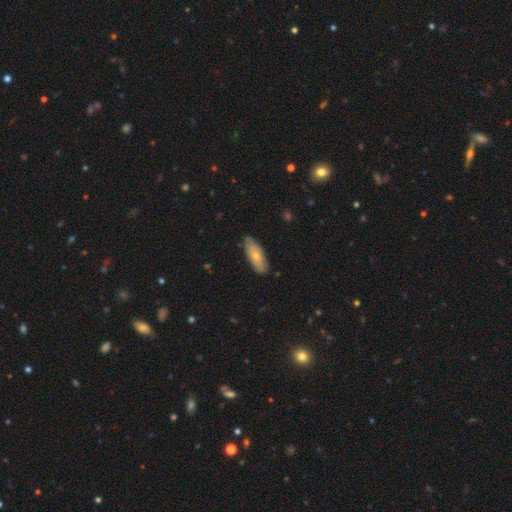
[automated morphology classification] Smooth or featured? smooth (69%)
How rounded? in between (68%)
Merging? none (80%)